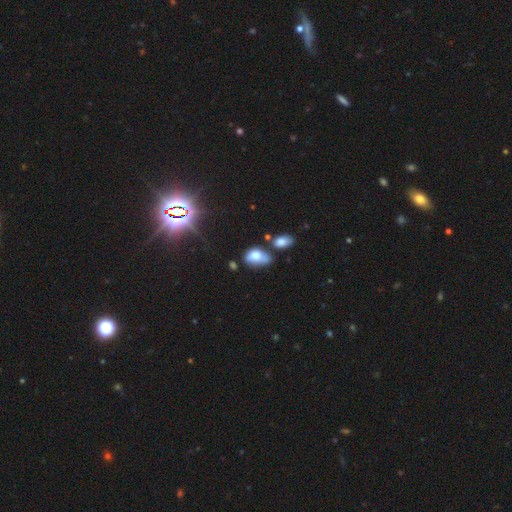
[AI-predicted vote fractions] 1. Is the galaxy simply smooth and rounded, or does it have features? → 71% smooth, 17% featured or disk, 12% star or artifact.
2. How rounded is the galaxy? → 87% in between, 12% round, 2% cigar-shaped.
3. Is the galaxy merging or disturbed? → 32% none, 28% minor disturbance, 26% merger, 13% major disturbance.